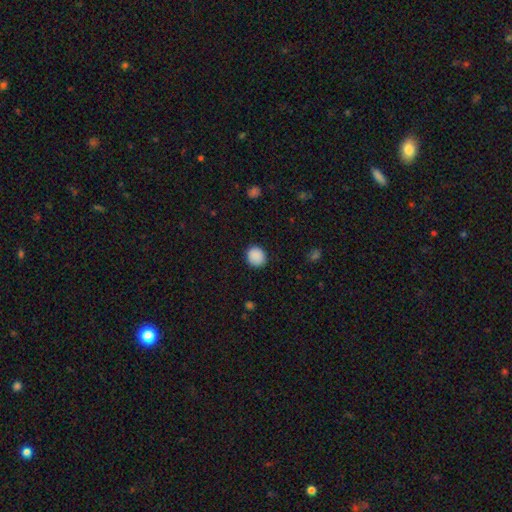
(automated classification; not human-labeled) This is clearly a smooth galaxy (89%). How rounded: likely round (78%). Merging: clearly none (89%).